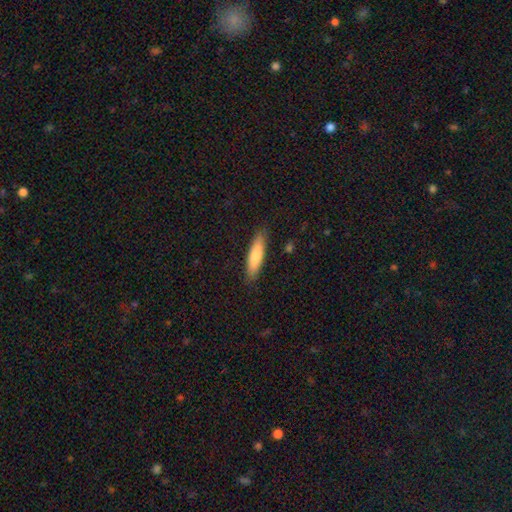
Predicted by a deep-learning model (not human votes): The model was most divided on "how rounded": cigar-shaped: 68%, in between: 30%, round: 1%. More confident: merging — none (87%); smooth or featured — smooth (82%).